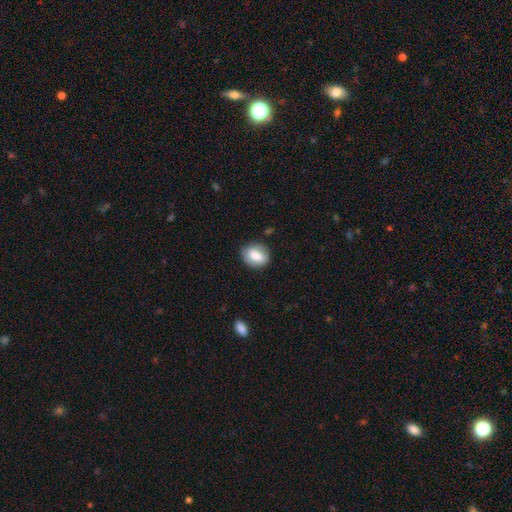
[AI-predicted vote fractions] smooth 76%, featured or disk 17%, star or artifact 8%. Down the decision tree: how rounded — in between (55%); merging — none (80%).